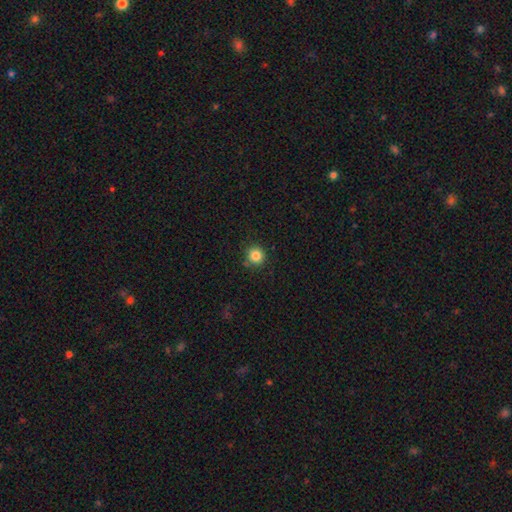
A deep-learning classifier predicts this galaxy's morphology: type=smooth (84%); roundness=round (93%); merging=none (85%).